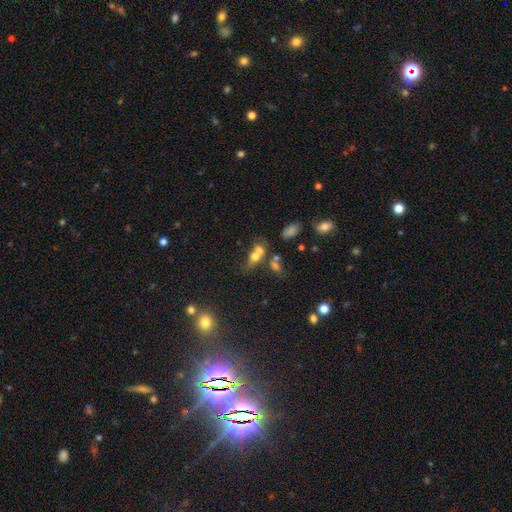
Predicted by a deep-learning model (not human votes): smooth-or-featured: smooth: 63% | featured or disk: 22% | star or artifact: 15%
  how-rounded: in between: 57% | round: 38% | cigar-shaped: 5%
  merging: merger: 56% | none: 25% | minor disturbance: 11% | major disturbance: 8%